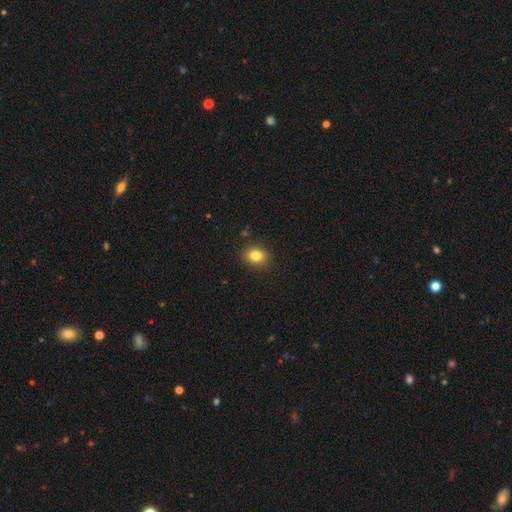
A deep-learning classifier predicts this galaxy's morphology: This appears to be a smooth galaxy with no disk features (82%) that is round (52%). Merging: none (88%).